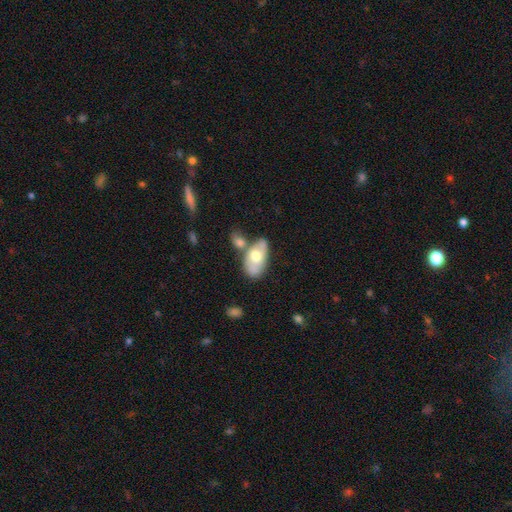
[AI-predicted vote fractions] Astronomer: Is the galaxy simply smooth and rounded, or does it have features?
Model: smooth — 57% (runner-up: featured or disk, 37%).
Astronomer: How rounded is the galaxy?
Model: in between — 91%.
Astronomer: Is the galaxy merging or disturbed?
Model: merger — 38% (runner-up: none, 37%).